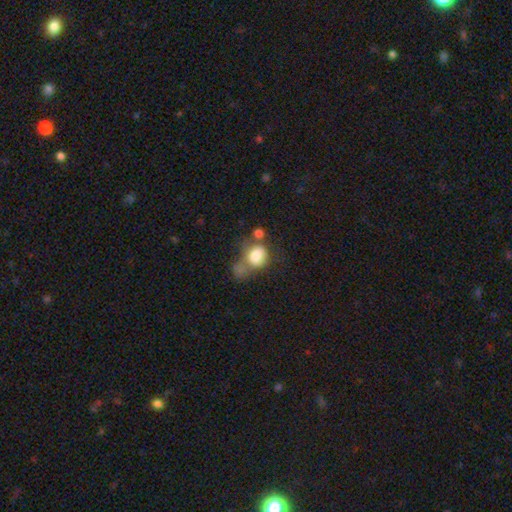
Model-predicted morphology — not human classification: smooth 74%, featured or disk 16%, star or artifact 10%. Down the decision tree: how rounded — round (51%); merging — merger (37%).